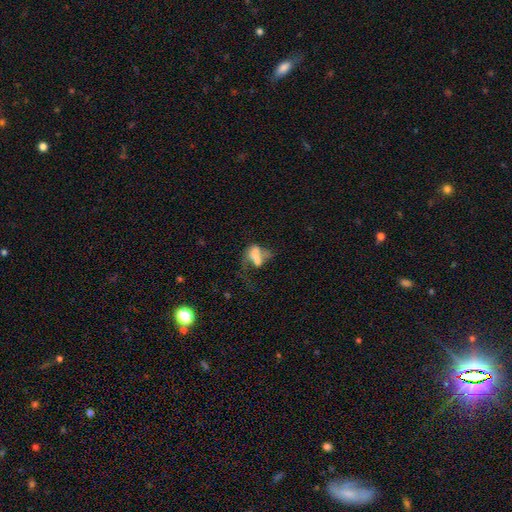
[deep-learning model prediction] This appears to be a smooth galaxy with no disk features (51%) that is in between round and cigar-shaped (76%). Merging: merger (49%).